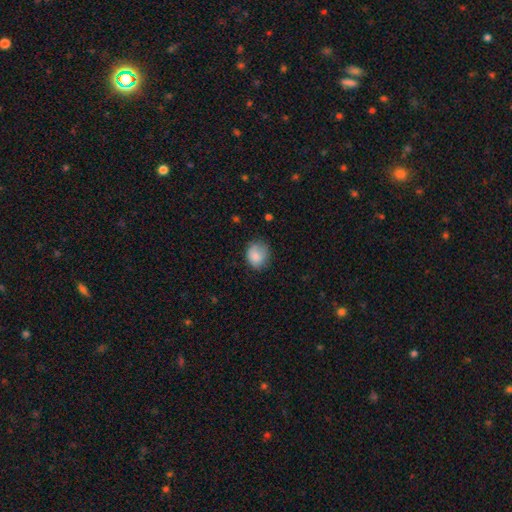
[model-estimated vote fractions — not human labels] Q: Smooth or featured?
A: smooth (82%); runner-up: featured or disk (10%)
Q: How rounded?
A: round (65%); runner-up: in between (34%)
Q: Merging?
A: none (62%); runner-up: minor disturbance (28%)